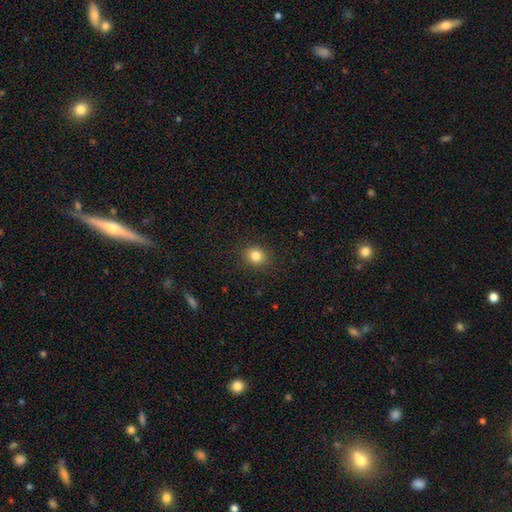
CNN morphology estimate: type=smooth (84%); roundness=round (76%); merging=none (89%).